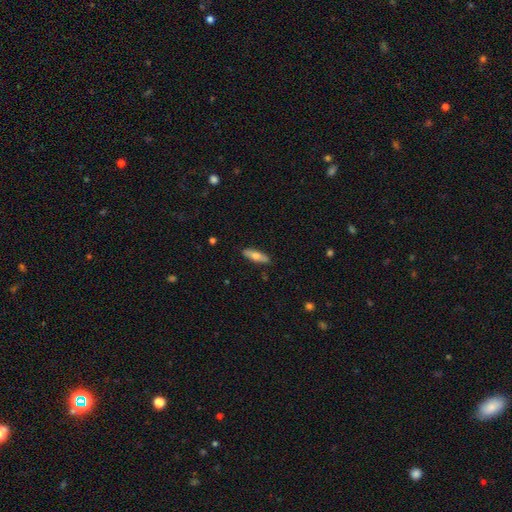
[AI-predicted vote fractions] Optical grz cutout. It shows a smooth galaxy with no disk features (67%) that is cigar-shaped (51%). Merging: none (87%).